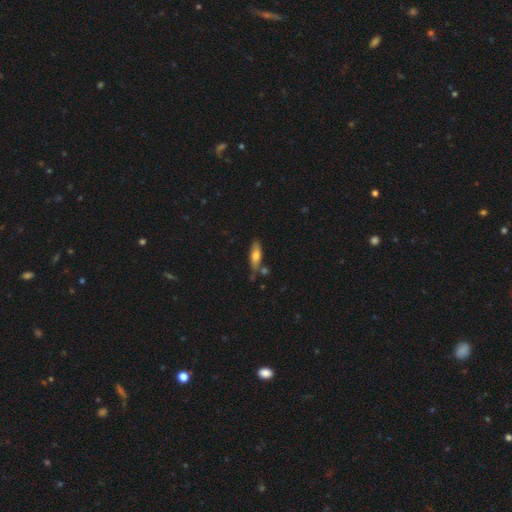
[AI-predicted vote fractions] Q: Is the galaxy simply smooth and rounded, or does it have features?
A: smooth — 66%.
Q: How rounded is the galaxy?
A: in between — 54%.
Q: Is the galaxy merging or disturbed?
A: none — 64%.